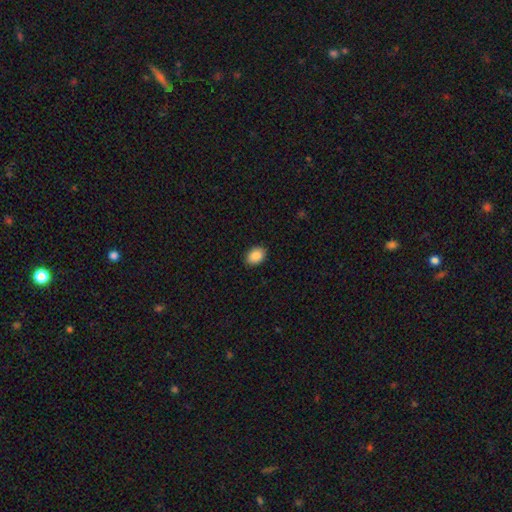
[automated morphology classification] Overall: smooth (87%). How rounded: in between (78%). Merging: none (89%).